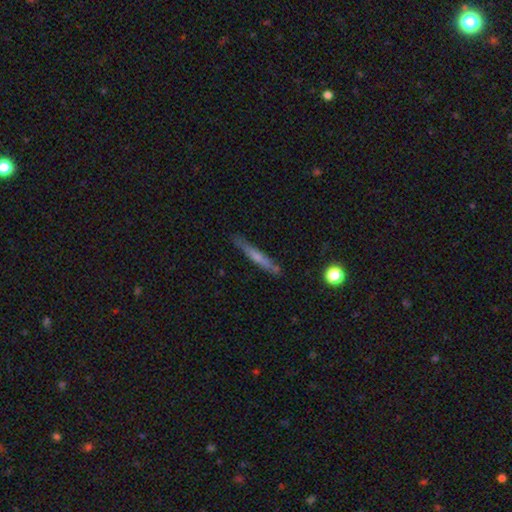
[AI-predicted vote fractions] Smooth or featured? smooth (47%)
Merging? none (81%)